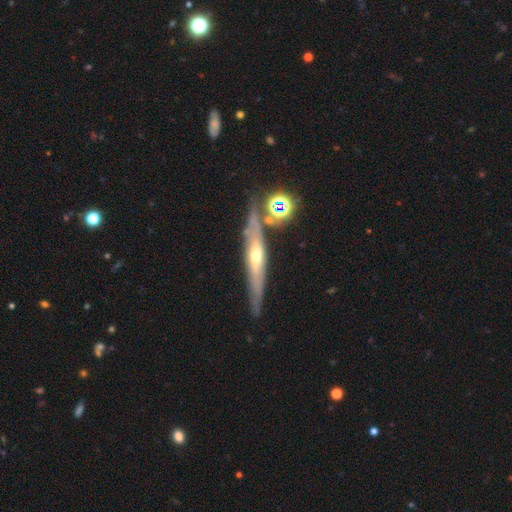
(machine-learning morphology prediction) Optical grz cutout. It shows a featured or disk galaxy (68%) viewed edge-on (84%) with a rounded central bulge (73%). Merging: none (78%).